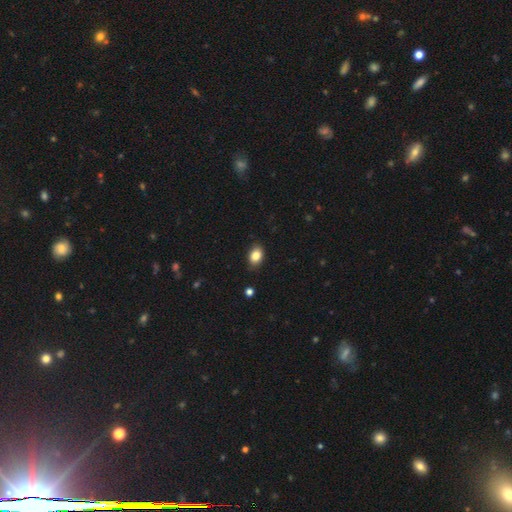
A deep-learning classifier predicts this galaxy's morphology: Smooth or featured? Predicted: smooth (p=0.85). How rounded? Predicted: in between (p=0.79). Merging? Predicted: none (p=0.85).